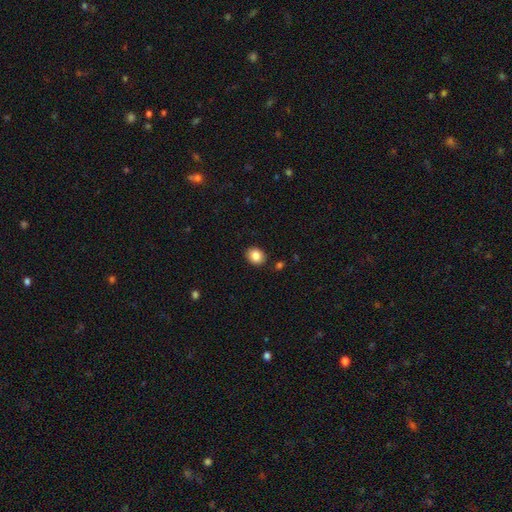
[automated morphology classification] The model was most divided on "how rounded": round: 51%, in between: 48%, cigar-shaped: 1%. More confident: merging — none (88%); smooth or featured — smooth (85%).